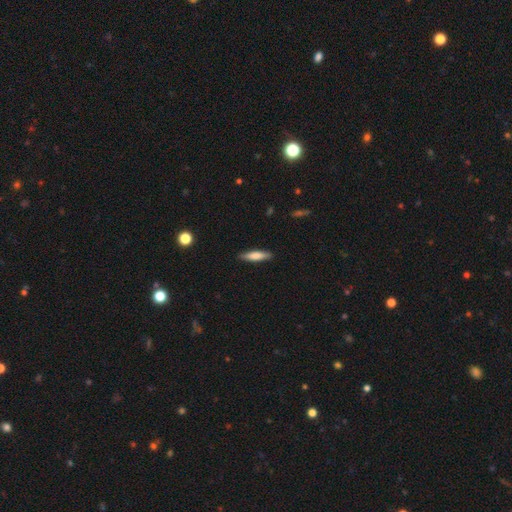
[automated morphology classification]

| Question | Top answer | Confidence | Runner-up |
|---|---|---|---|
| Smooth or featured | smooth | 75% | featured or disk (19%) |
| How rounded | cigar-shaped | 76% | in between (22%) |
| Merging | none | 88% | minor disturbance (9%) |